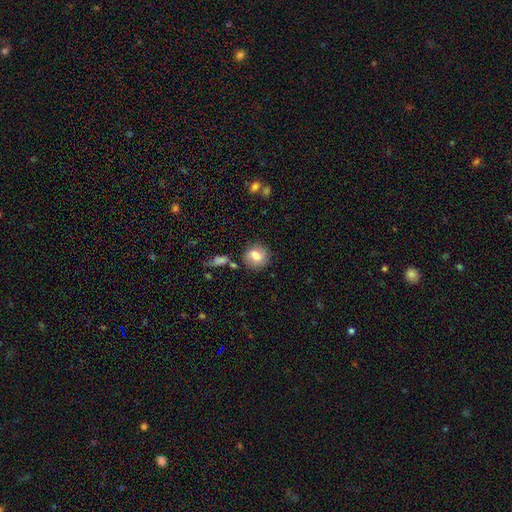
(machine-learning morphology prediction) smooth_or_featured: smooth (p=0.82) [alt: featured or disk p=0.09]
how_rounded: round (p=0.81) [alt: in between p=0.18]
merging: none (p=0.78) [alt: minor disturbance p=0.12]